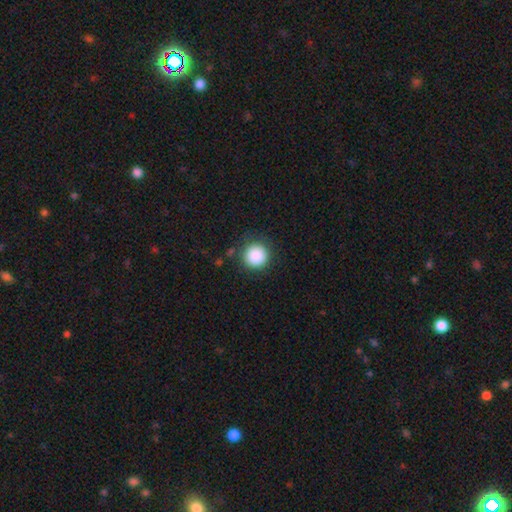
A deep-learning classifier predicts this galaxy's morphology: A smooth galaxy with no disk features (88%) that is round (95%). Merging: none (87%).